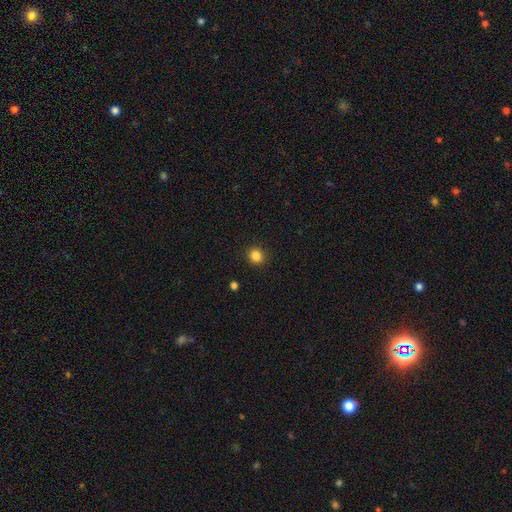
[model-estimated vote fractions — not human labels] smooth 85%, star or artifact 12%, featured or disk 4%. Down the decision tree: how rounded — round (85%); merging — none (91%).